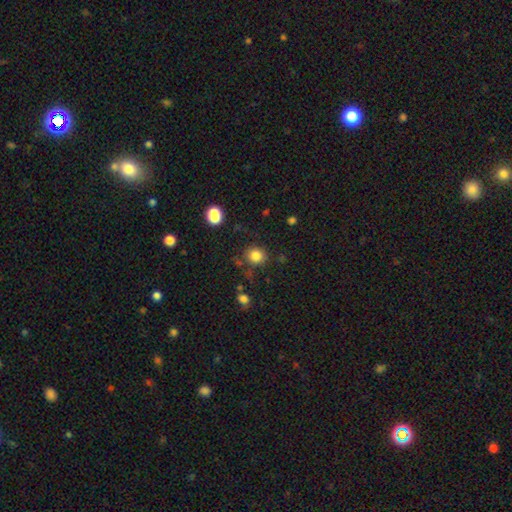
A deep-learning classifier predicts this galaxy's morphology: Overall: smooth (83%). How rounded: round (86%). Merging: none (81%).